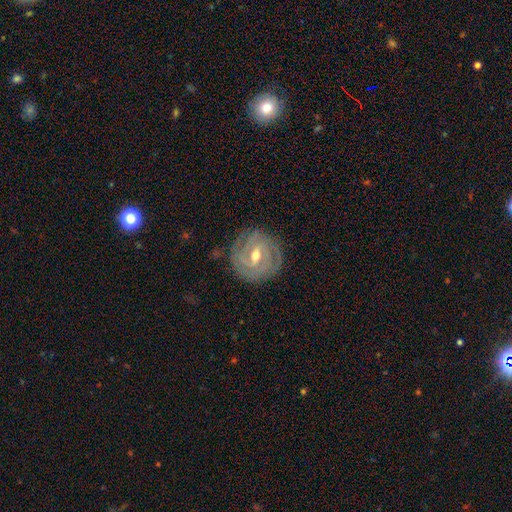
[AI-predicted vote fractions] Smooth or featured?
  - featured or disk: 86% *
  - smooth: 9%
  - star or artifact: 5%
Edge-on disk?
  - no: 96% *
  - yes: 4%
Bar?
  - weak: 52% *
  - strong: 32%
  - no: 17%
Spiral arms?
  - yes: 95% *
  - no: 5%
Spiral winding?
  - tight: 80% *
  - medium: 17%
  - loose: 4%
Spiral arm count?
  - 2: 27% * (tied)
  - 3: 27% * (tied)
  - can't tell: 25%
  - 4: 11%
  - more than 4: 5%
  - 1: 5%
Bulge size?
  - moderate: 71% *
  - small: 25%
  - large: 3%
  - none: 1%
  - dominant: 1%
Merging?
  - none: 84% *
  - minor disturbance: 12%
  - major disturbance: 4%
  - merger: 1%